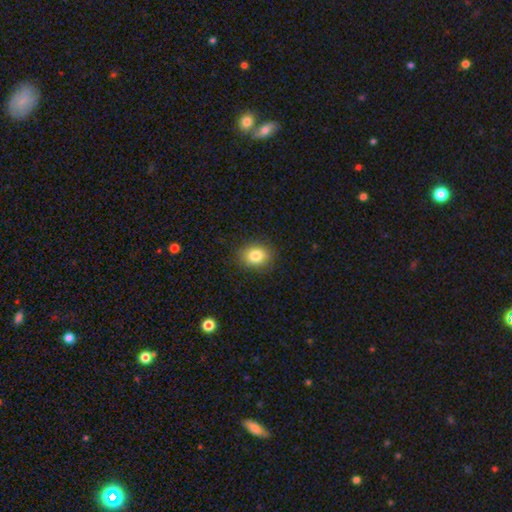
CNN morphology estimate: Smooth or featured? Predicted: smooth (p=0.83). How rounded? Predicted: round (p=0.52). Merging? Predicted: none (p=0.87).